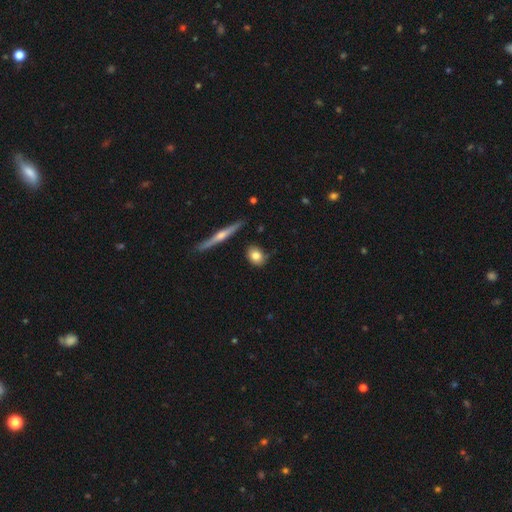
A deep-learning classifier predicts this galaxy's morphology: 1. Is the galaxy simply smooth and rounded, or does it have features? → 77% smooth, 16% featured or disk, 7% star or artifact.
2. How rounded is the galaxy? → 49% in between, 45% round, 6% cigar-shaped.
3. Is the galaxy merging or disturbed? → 72% none, 20% minor disturbance, 4% major disturbance, 4% merger.